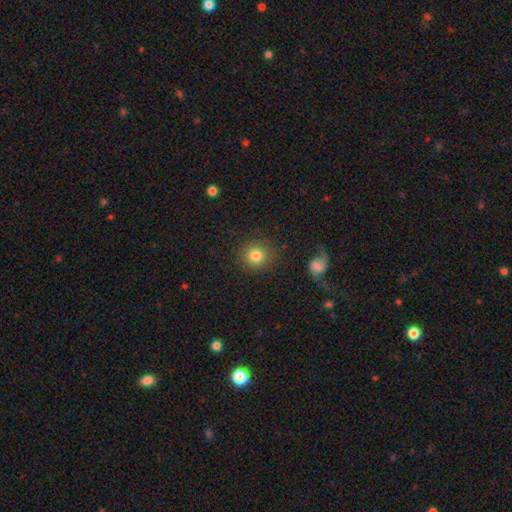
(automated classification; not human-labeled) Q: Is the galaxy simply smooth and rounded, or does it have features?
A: smooth — 81%.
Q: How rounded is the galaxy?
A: round — 91%.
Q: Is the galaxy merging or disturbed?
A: none — 87%.